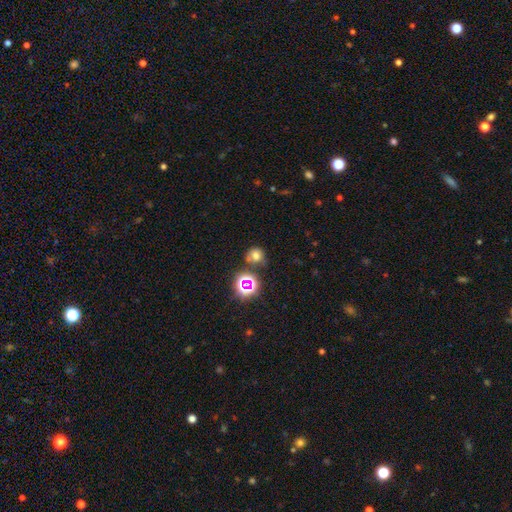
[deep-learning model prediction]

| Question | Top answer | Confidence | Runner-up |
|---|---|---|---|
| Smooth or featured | smooth | 66% | star or artifact (23%) |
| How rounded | round | 80% | in between (19%) |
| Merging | none | 64% | minor disturbance (16%) |